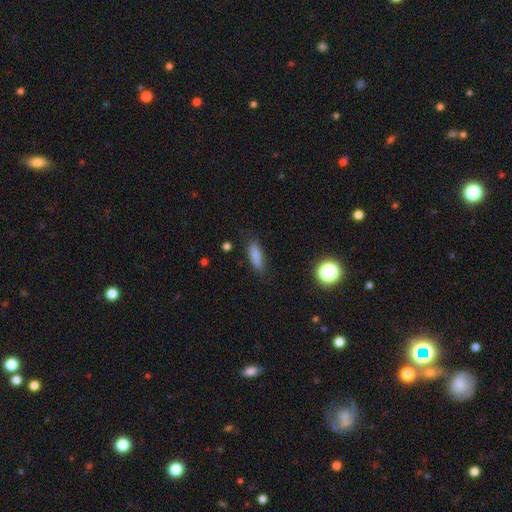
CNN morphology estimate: This is clearly a smooth galaxy (84%). How rounded: possibly in between (50%). Merging: clearly none (83%).